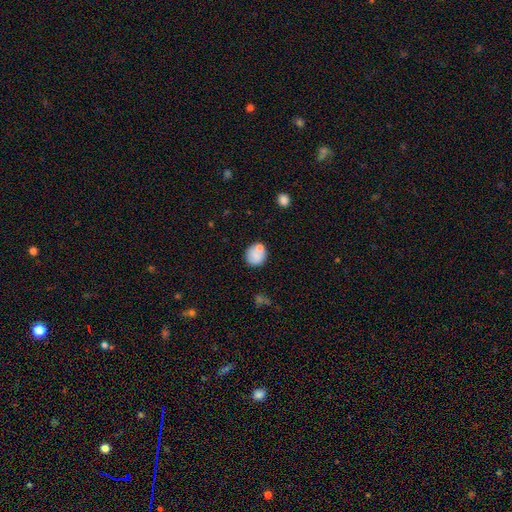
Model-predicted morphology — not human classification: The model was most divided on "merging": none: 66%, merger: 15%, minor disturbance: 14%, major disturbance: 4%. More confident: how rounded — round (80%); smooth or featured — smooth (79%).